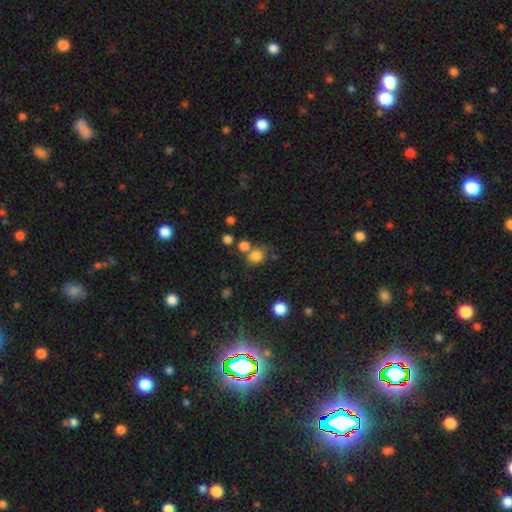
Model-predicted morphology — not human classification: type=smooth (80%); roundness=round (71%); merging=none (59%).